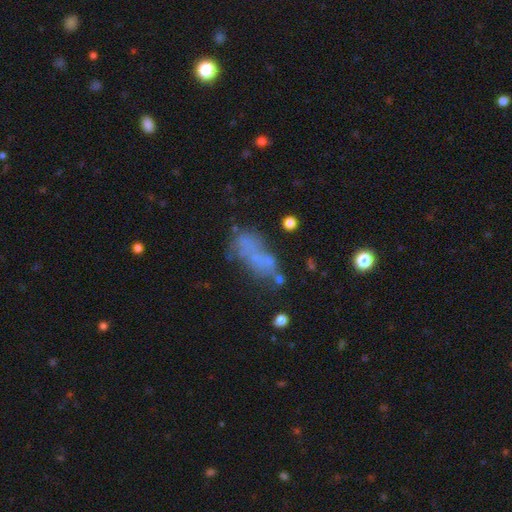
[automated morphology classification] smooth-or-featured: featured or disk: 40% (tied) | smooth: 40% (tied) | star or artifact: 19%
  merging: none: 37% | major disturbance: 24% | minor disturbance: 20% | merger: 18%